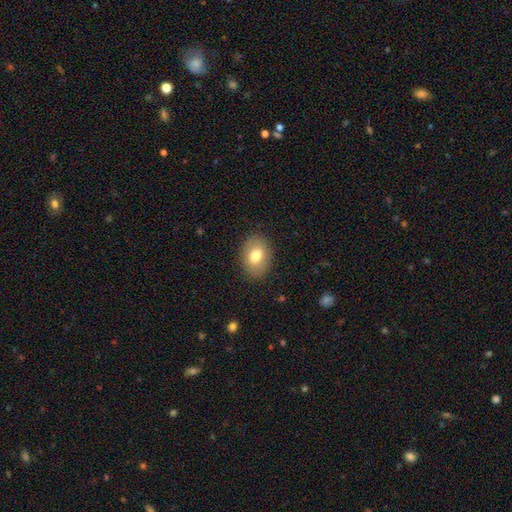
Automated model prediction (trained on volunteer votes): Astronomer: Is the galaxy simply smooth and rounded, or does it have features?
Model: smooth — 75%.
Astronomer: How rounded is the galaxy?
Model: in between — 78%.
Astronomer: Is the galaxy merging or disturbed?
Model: none — 86%.